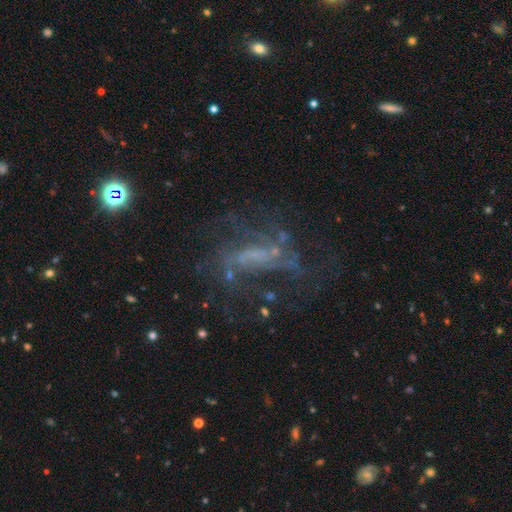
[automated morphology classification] Smooth or featured? Predicted: featured or disk (p=0.61). Edge-on disk? Predicted: no (p=0.90). Bar? Predicted: no (p=0.44). Spiral arms? Predicted: yes (p=0.52). Bulge size? Predicted: none (p=0.57). Merging? Predicted: none (p=0.47).